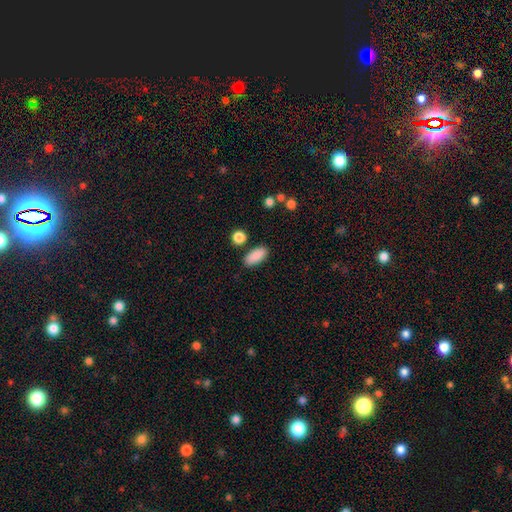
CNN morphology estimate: A smooth galaxy with no disk features (89%) that is in between round and cigar-shaped (85%). Merging: none (85%).